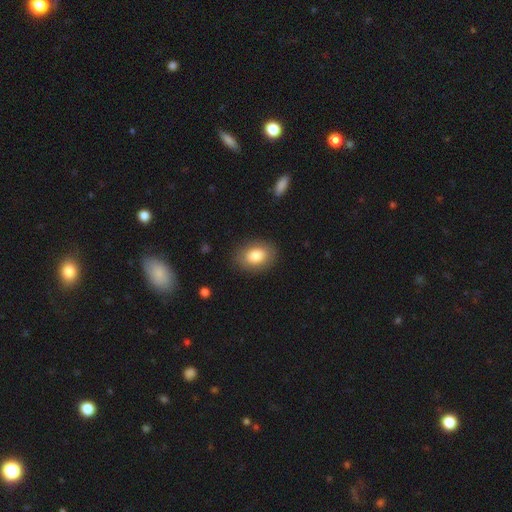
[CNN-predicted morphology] Q: Smooth or featured?
A: smooth (82%); runner-up: featured or disk (11%)
Q: How rounded?
A: in between (76%); runner-up: round (23%)
Q: Merging?
A: none (86%); runner-up: minor disturbance (10%)